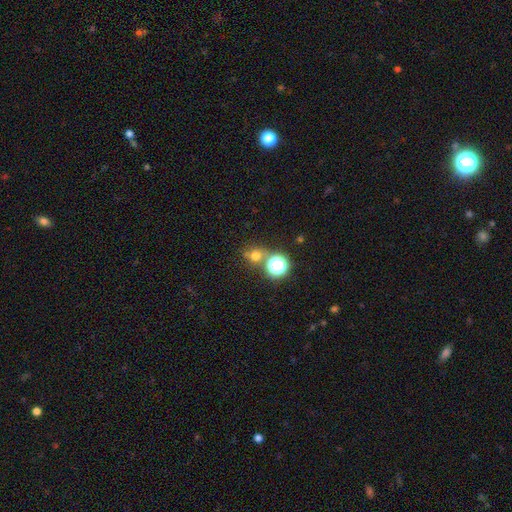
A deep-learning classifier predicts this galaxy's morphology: Q: Smooth or featured?
A: smooth (62%); runner-up: star or artifact (28%)
Q: How rounded?
A: round (85%); runner-up: in between (14%)
Q: Merging?
A: none (63%); runner-up: merger (23%)